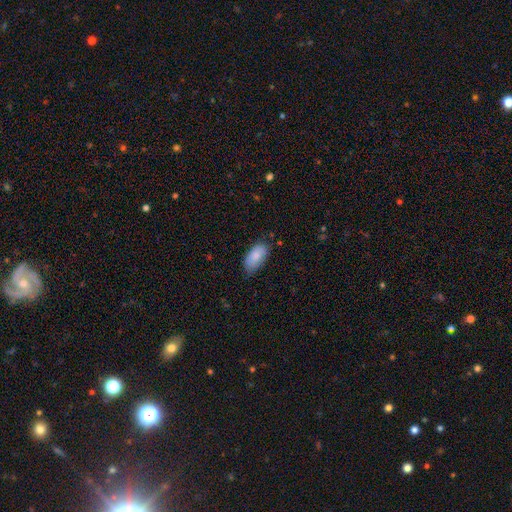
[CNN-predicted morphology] smooth_or_featured: smooth (p=0.86) [alt: featured or disk p=0.08]
how_rounded: in between (p=0.94) [alt: cigar-shaped p=0.04]
merging: none (p=0.73) [alt: minor disturbance p=0.22]